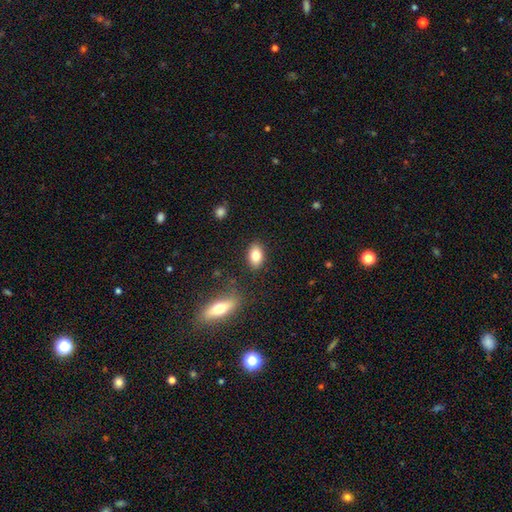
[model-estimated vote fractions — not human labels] Q: Smooth or featured?
A: smooth (82%); runner-up: featured or disk (11%)
Q: How rounded?
A: in between (87%); runner-up: round (10%)
Q: Merging?
A: none (86%); runner-up: minor disturbance (9%)